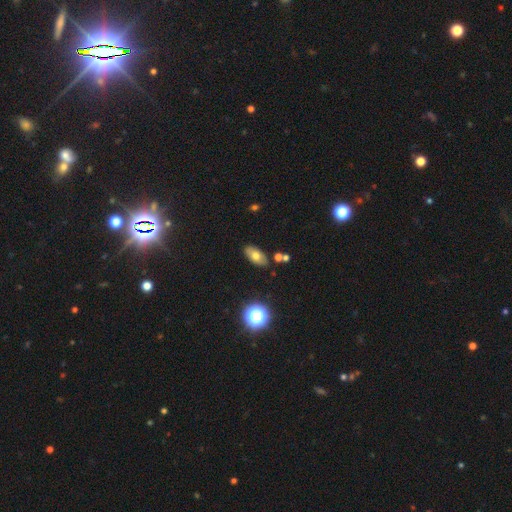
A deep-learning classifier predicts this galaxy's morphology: Q: Smooth or featured?
A: smooth (67%); runner-up: featured or disk (21%)
Q: How rounded?
A: in between (88%); runner-up: round (7%)
Q: Merging?
A: none (84%); runner-up: minor disturbance (11%)